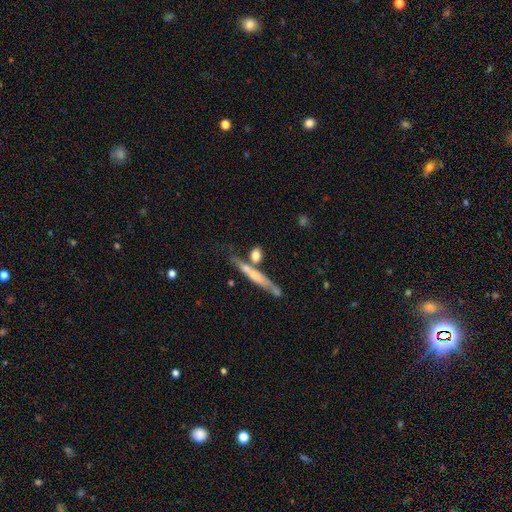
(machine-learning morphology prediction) Smooth or featured?
  - smooth: 66% *
  - featured or disk: 26%
  - star or artifact: 8%
How rounded?
  - cigar-shaped: 44% *
  - in between: 41%
  - round: 15%
Merging?
  - none: 52% *
  - merger: 27%
  - minor disturbance: 15%
  - major disturbance: 6%